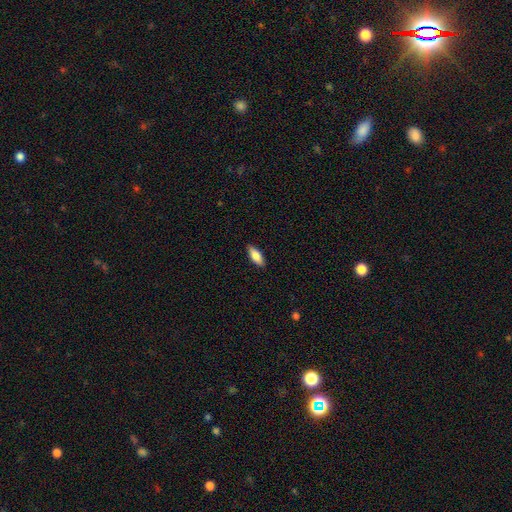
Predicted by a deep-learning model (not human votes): Smooth or featured: smooth — 79% (featured or disk — 15%)
How rounded: in between — 72% (cigar-shaped — 26%)
Merging: none — 88% (minor disturbance — 9%)